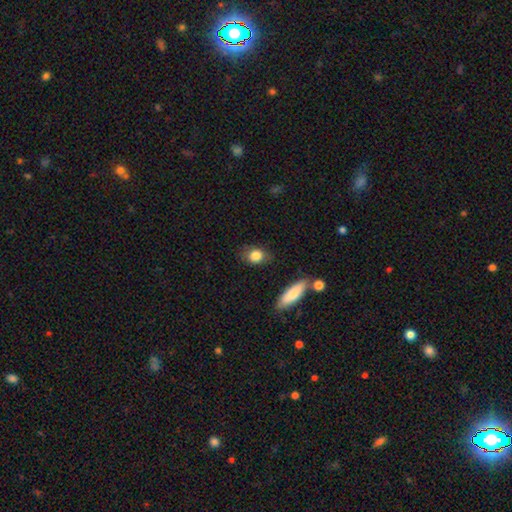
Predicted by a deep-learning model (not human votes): This is clearly a smooth galaxy (84%). How rounded: possibly in between (58%). Merging: likely none (73%).